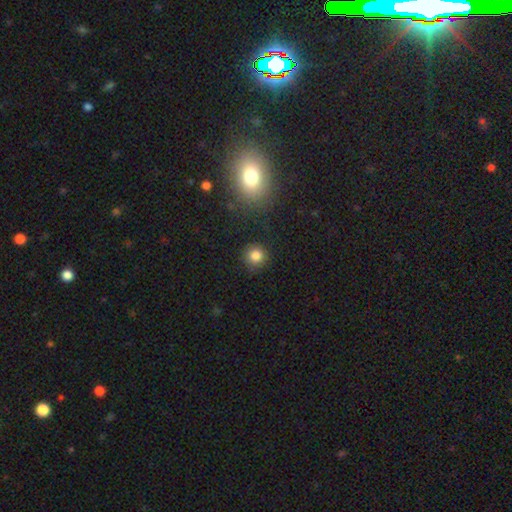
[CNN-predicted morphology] type=smooth (83%); roundness=round (93%); merging=none (87%).